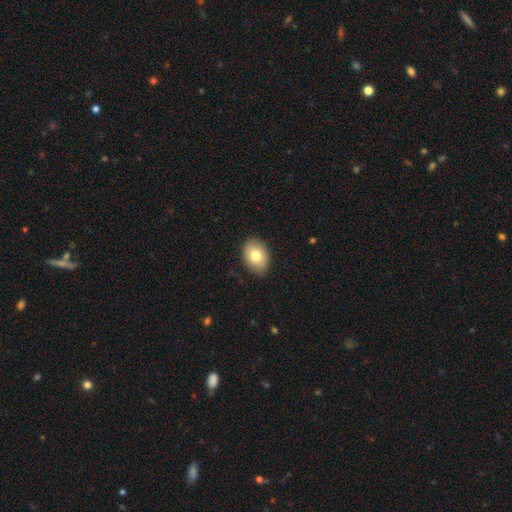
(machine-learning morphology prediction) Smooth or featured: smooth — 77% (featured or disk — 15%)
How rounded: in between — 78% (round — 21%)
Merging: none — 86% (minor disturbance — 11%)